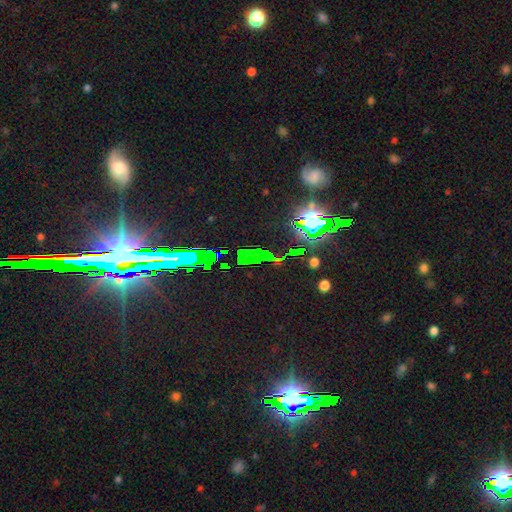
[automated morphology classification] Smooth or featured?
  - star or artifact: 80% *
  - featured or disk: 11%
  - smooth: 8%